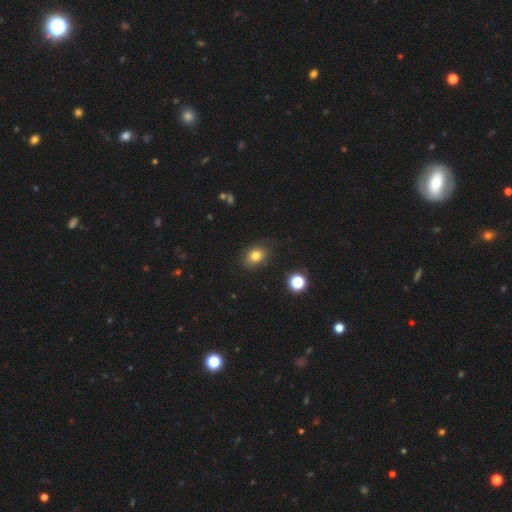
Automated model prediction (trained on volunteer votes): This is likely a smooth galaxy (79%). How rounded: likely in between (63%). Merging: clearly none (82%).